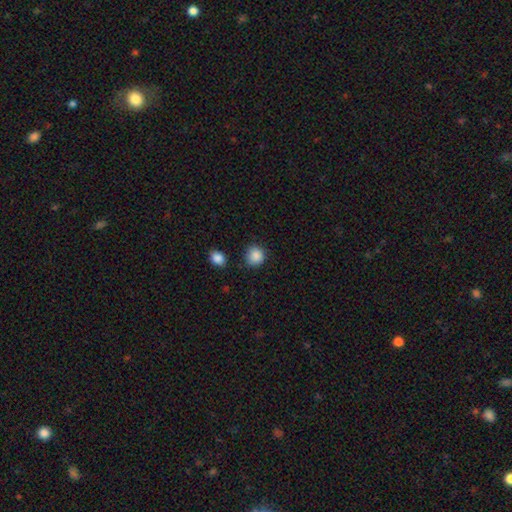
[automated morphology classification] Smooth or featured? Predicted: smooth (p=0.88). How rounded? Predicted: round (p=0.86). Merging? Predicted: none (p=0.79).